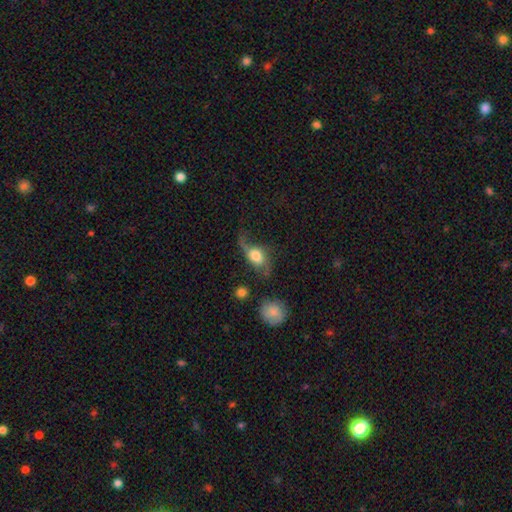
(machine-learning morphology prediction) This appears to be a smooth galaxy with no disk features (50%). Merging: major disturbance (36%).